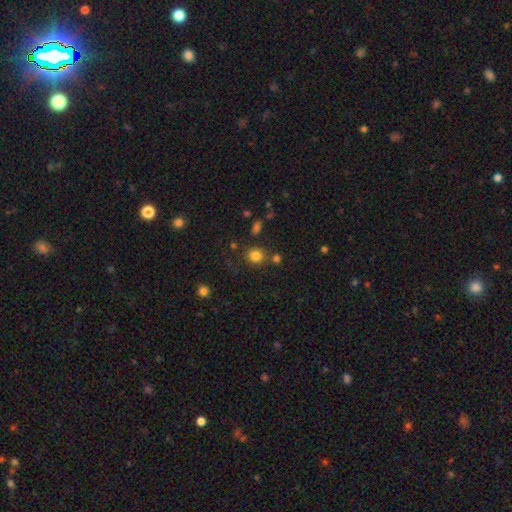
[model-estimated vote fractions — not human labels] This is clearly a smooth galaxy (81%). How rounded: likely round (80%). Merging: likely none (78%).